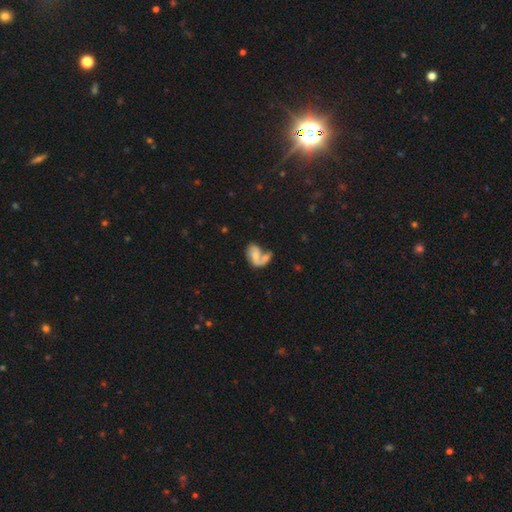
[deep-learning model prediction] Overall: featured or disk (50%; smooth 42%). Merging: merger (48%; none 22%).